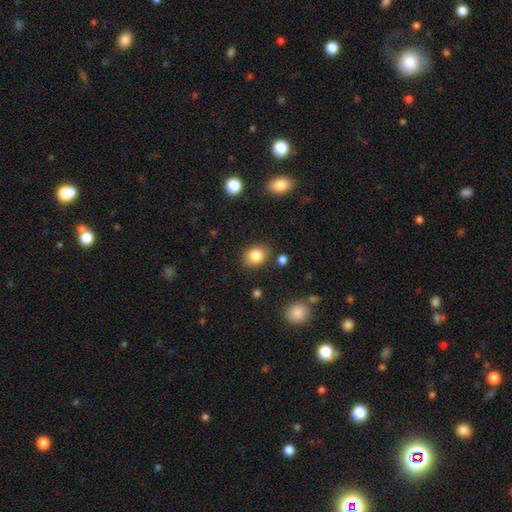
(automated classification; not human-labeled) Smooth or featured? Predicted: smooth (p=0.84). How rounded? Predicted: in between (p=0.50). Merging? Predicted: none (p=0.82).